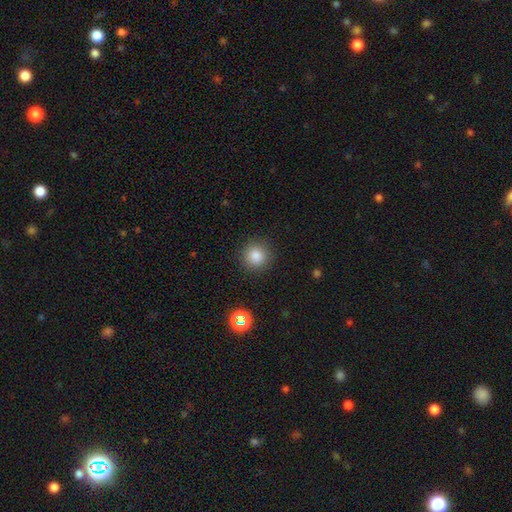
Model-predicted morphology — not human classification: A smooth galaxy with no disk features (84%) that is round (93%).

Vote fractions:
- Smooth or featured? smooth: 84% / star or artifact: 12% / featured or disk: 5%
- How rounded? round: 93% / in between: 6% / cigar-shaped: 1%
- Merging? none: 90% / minor disturbance: 7% / major disturbance: 3% / merger: 1%